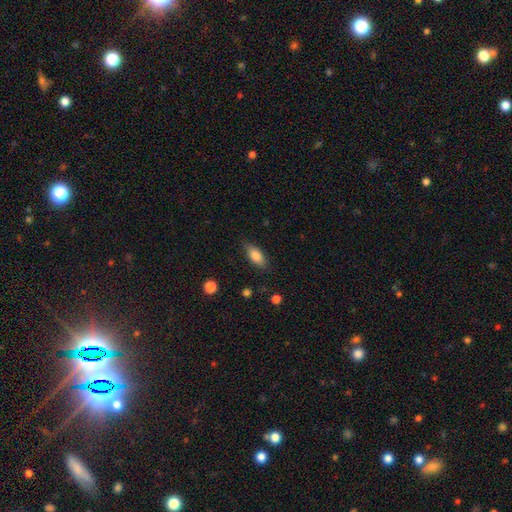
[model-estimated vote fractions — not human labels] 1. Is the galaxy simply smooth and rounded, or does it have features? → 81% smooth, 12% featured or disk, 7% star or artifact.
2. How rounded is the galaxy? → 83% in between, 14% cigar-shaped, 4% round.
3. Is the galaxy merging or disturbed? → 83% none, 13% minor disturbance, 3% major disturbance, 1% merger.